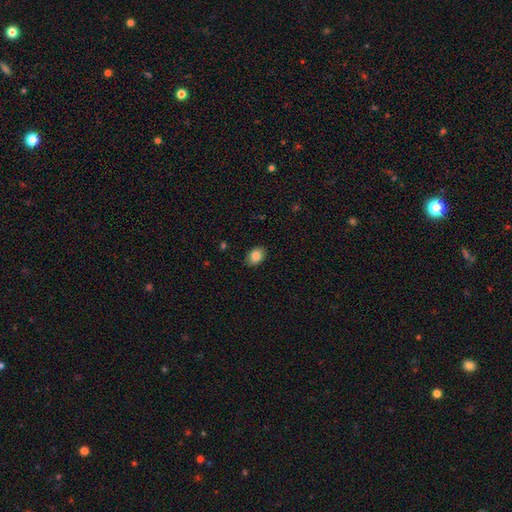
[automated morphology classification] A smooth galaxy with no disk features (85%) that is in between round and cigar-shaped (80%). Merging: none (85%).